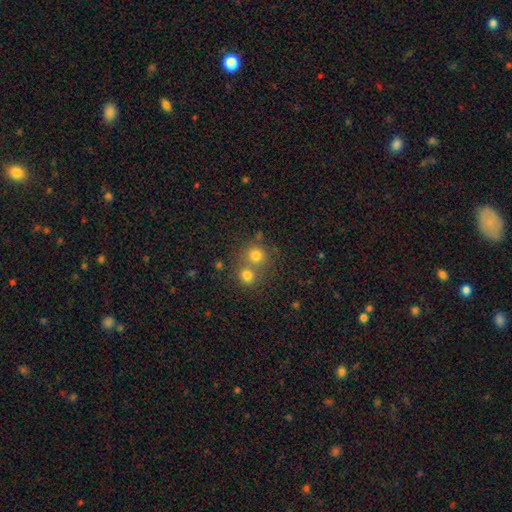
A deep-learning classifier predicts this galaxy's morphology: A smooth galaxy with no disk features (75%) that is round (89%).

Vote fractions:
- Smooth or featured? smooth: 75% / star or artifact: 15% / featured or disk: 9%
- How rounded? round: 89% / in between: 10% / cigar-shaped: 1%
- Merging? none: 51% / merger: 40% / minor disturbance: 6% / major disturbance: 3%